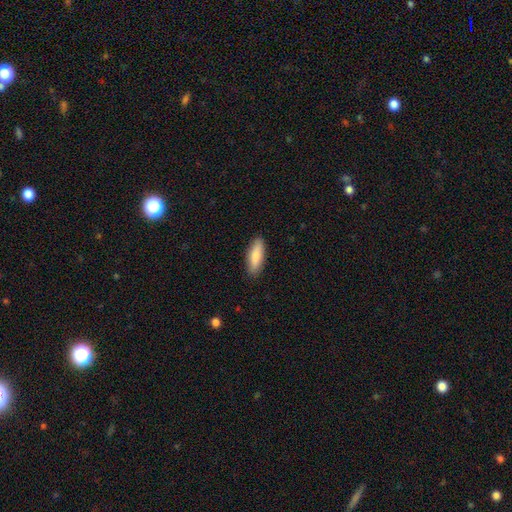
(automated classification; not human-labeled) This appears to be a smooth galaxy with no disk features (81%) that is in between round and cigar-shaped (61%). Merging: none (89%).